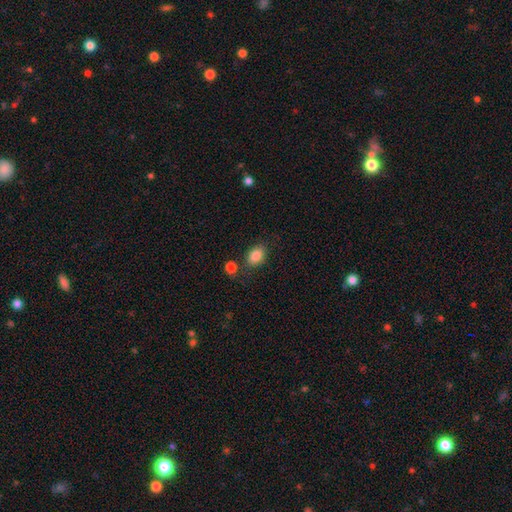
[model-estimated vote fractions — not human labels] This is clearly a smooth galaxy (86%). How rounded: likely in between (74%). Merging: likely none (75%).